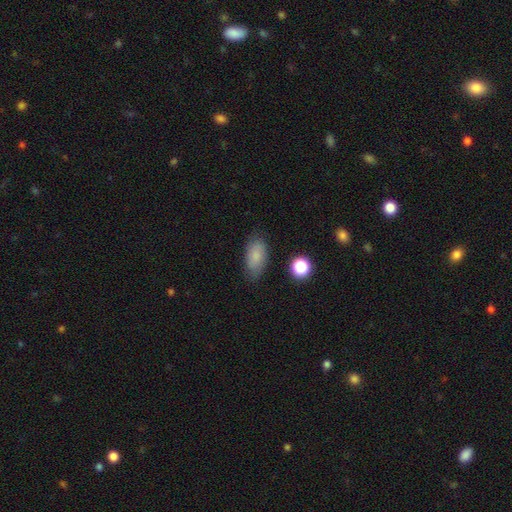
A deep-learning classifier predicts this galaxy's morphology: Smooth or featured?
  - smooth: 82% *
  - featured or disk: 9%
  - star or artifact: 8%
How rounded?
  - in between: 92% *
  - round: 5%
  - cigar-shaped: 3%
Merging?
  - none: 78% *
  - minor disturbance: 16%
  - major disturbance: 4%
  - merger: 2%